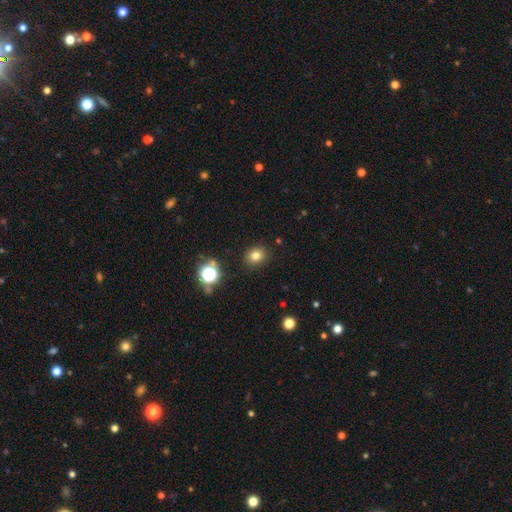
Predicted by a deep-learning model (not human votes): smooth_or_featured: smooth (p=0.78) [alt: star or artifact p=0.15]
how_rounded: round (p=0.69) [alt: in between p=0.30]
merging: none (p=0.88) [alt: minor disturbance p=0.07]